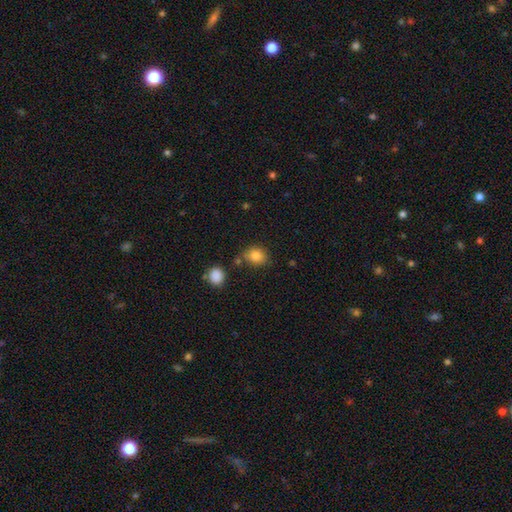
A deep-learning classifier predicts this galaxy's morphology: smooth 84%, star or artifact 10%, featured or disk 6%. Down the decision tree: how rounded — round (57%); merging — none (69%).